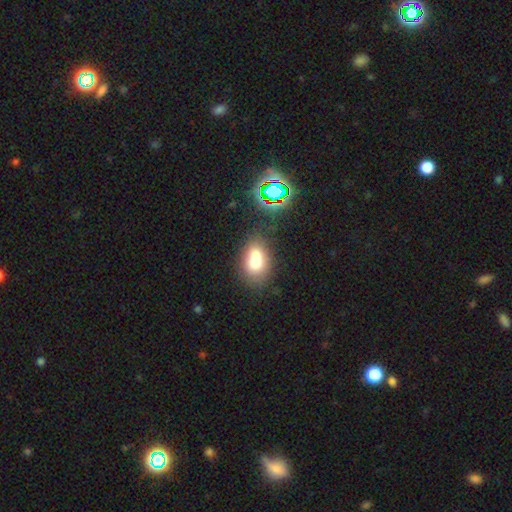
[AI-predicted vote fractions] Smooth or featured? smooth (71%)
How rounded? in between (80%)
Merging? none (50%)